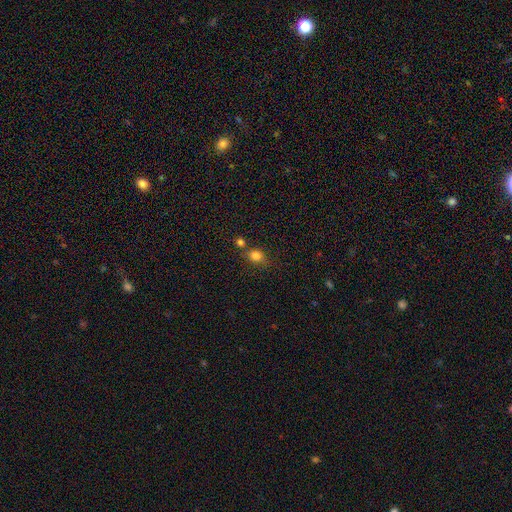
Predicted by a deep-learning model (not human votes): This is clearly a smooth galaxy (81%). How rounded: likely round (68%). Merging: possibly none (56%).